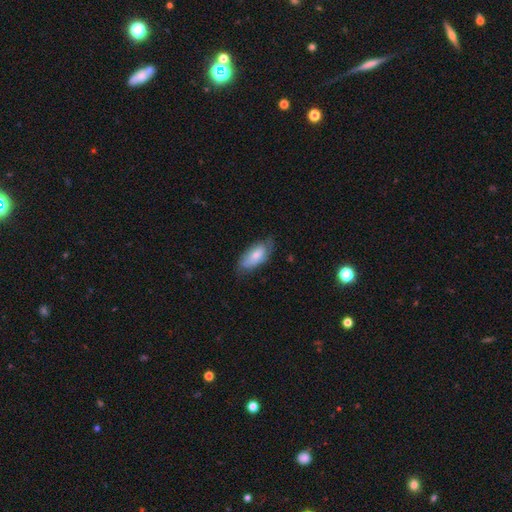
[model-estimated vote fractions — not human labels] This is likely a smooth galaxy (67%). How rounded: clearly in between (87%). Merging: likely none (63%).